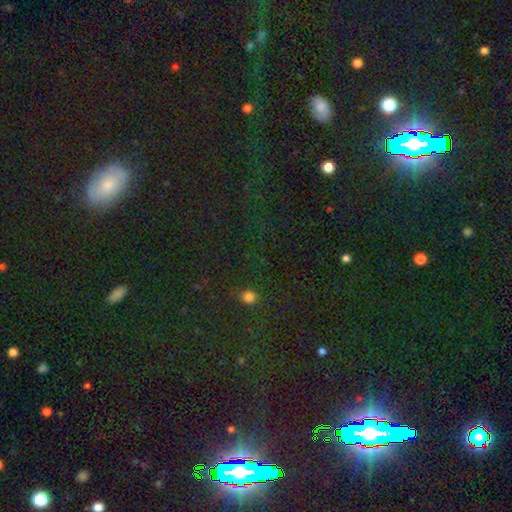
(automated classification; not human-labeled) Morphology: type=star or artifact (73%).